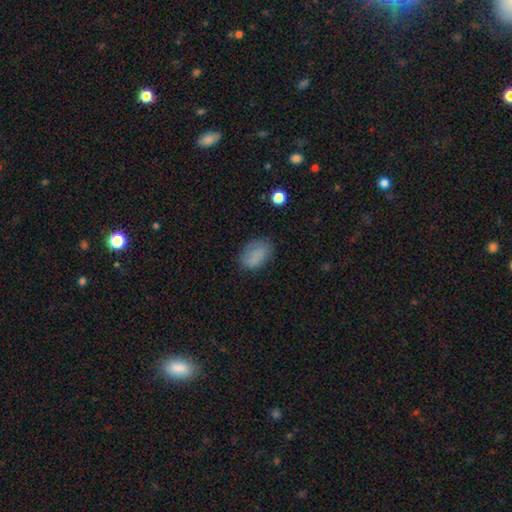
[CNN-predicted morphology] smooth_or_featured: smooth (p=0.82) [alt: star or artifact p=0.10]
how_rounded: in between (p=0.86) [alt: round p=0.13]
merging: none (p=0.69) [alt: minor disturbance p=0.23]